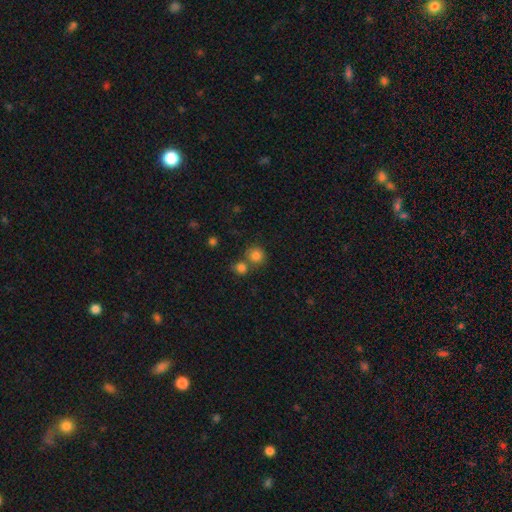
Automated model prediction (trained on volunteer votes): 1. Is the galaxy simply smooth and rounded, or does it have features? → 82% smooth, 12% star or artifact, 6% featured or disk.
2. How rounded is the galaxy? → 88% round, 11% in between, 1% cigar-shaped.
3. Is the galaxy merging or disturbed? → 58% none, 30% merger, 8% minor disturbance, 3% major disturbance.